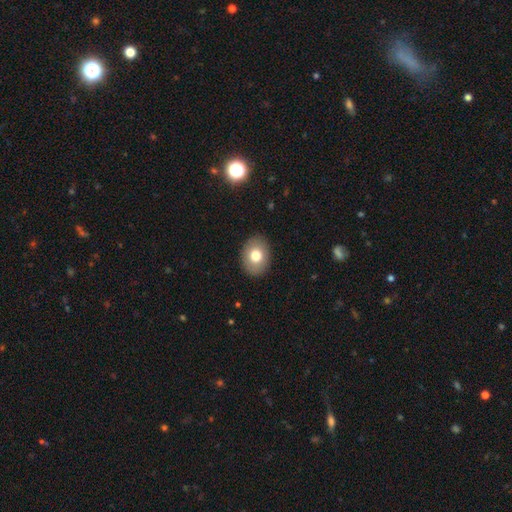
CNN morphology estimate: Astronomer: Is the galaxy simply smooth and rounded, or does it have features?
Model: smooth — 76%.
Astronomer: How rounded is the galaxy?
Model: in between — 66%.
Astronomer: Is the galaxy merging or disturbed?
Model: none — 89%.